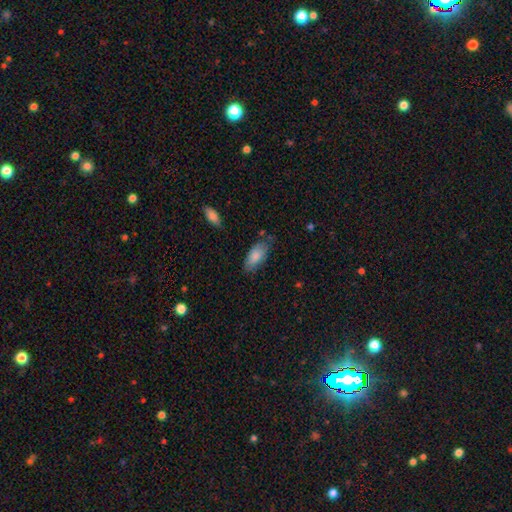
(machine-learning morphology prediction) Smooth or featured? smooth (83%)
How rounded? in between (89%)
Merging? none (68%)